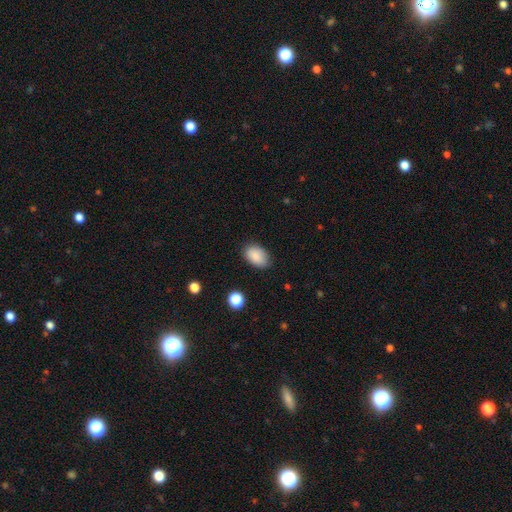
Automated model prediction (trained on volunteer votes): Smooth or featured: smooth — 88% (star or artifact — 8%)
How rounded: in between — 89% (round — 10%)
Merging: none — 80% (minor disturbance — 15%)